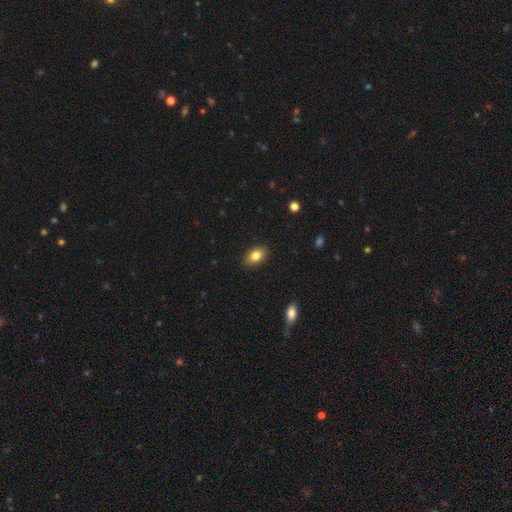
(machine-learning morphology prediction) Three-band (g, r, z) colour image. It shows a smooth galaxy with no disk features (83%) that is in between round and cigar-shaped (86%). Merging: none (89%).